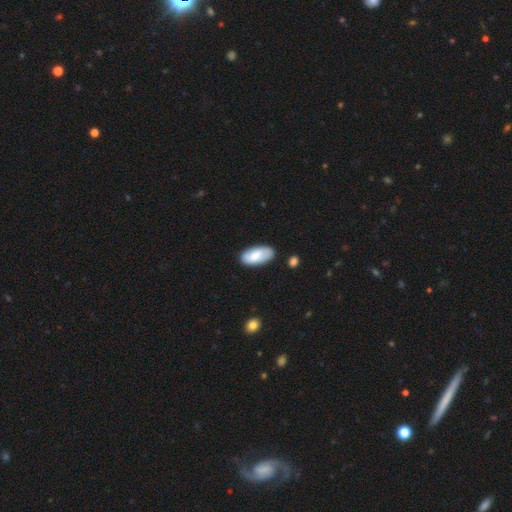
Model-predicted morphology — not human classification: smooth_or_featured: smooth (p=0.78) [alt: featured or disk p=0.17]
how_rounded: in between (p=0.94) [alt: cigar-shaped p=0.05]
merging: none (p=0.78) [alt: minor disturbance p=0.16]